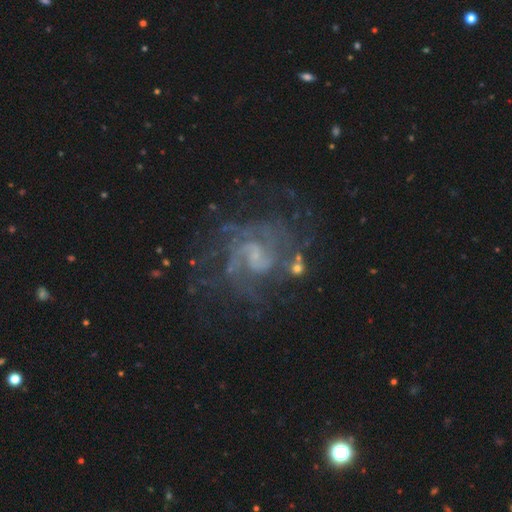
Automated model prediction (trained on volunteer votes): Overall: featured or disk (84%). Edge-on disk: no (98%). Bar: weak (48%; no 41%). Spiral arms: yes (92%). Spiral arm count: can't tell (33%; 2 27%). Spiral winding: medium (45%; tight 38%). Bulge size: small (57%; none 23%). Merging: none (63%).